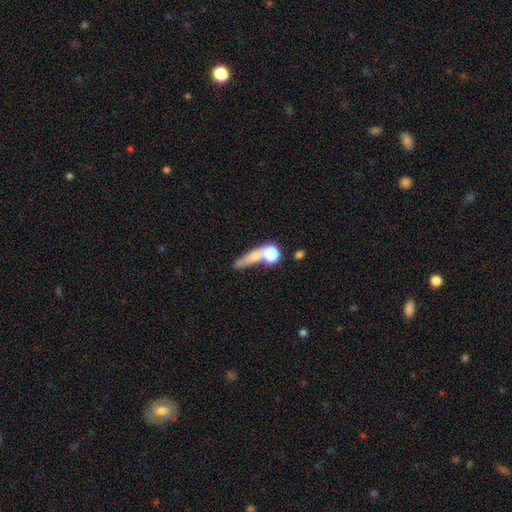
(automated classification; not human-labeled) Morphology: type=smooth (61%); roundness=cigar-shaped (45%); merging=none (48%).